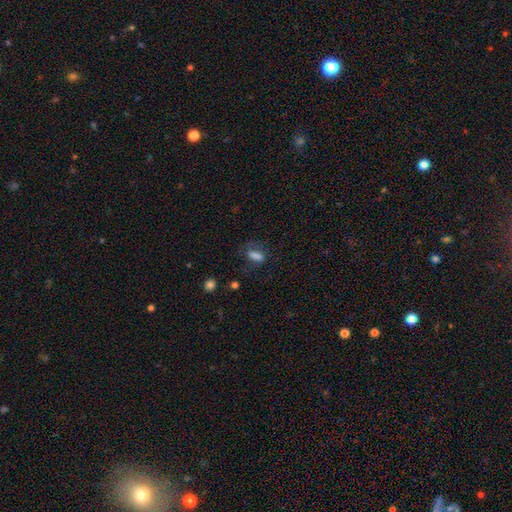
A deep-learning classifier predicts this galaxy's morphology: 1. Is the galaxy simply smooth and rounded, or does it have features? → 76% smooth, 12% star or artifact, 12% featured or disk.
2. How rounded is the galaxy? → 70% in between, 22% cigar-shaped, 9% round.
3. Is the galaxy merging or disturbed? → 57% none, 23% minor disturbance, 17% major disturbance, 2% merger.